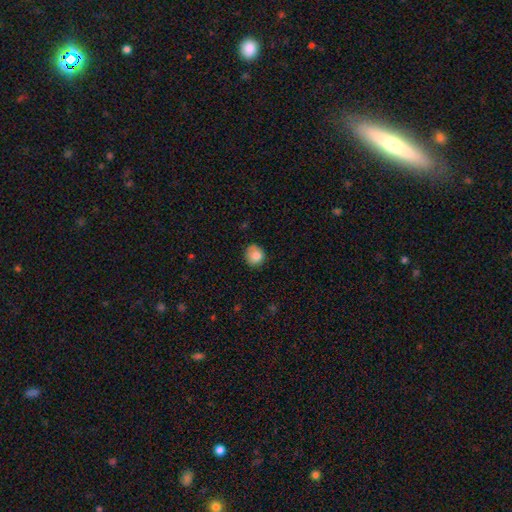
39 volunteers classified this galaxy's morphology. smooth-or-featured: smooth: 87% | star or artifact: 8% | featured or disk: 5%
  how-rounded: round: 85% | in between: 15% | cigar-shaped: 0%
  merging: none: 67% | minor disturbance: 25% | merger: 6% | major disturbance: 3%